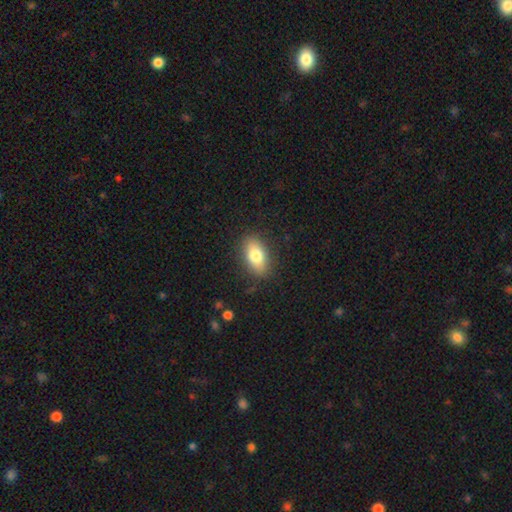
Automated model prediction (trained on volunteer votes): Smooth or featured? smooth (77%)
How rounded? in between (87%)
Merging? none (86%)